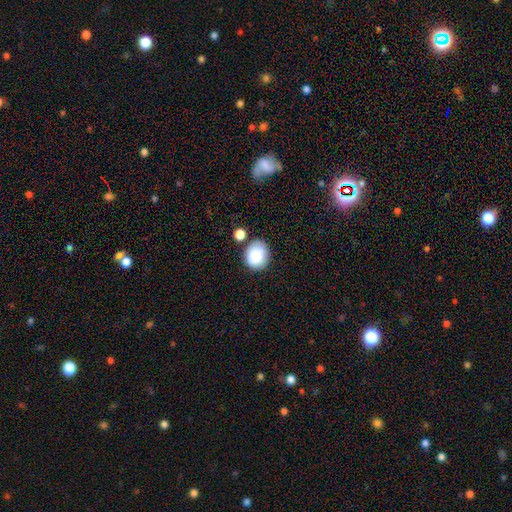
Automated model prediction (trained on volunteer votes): Q: Smooth or featured?
A: smooth (86%); runner-up: star or artifact (8%)
Q: How rounded?
A: round (65%); runner-up: in between (34%)
Q: Merging?
A: none (69%); runner-up: minor disturbance (16%)